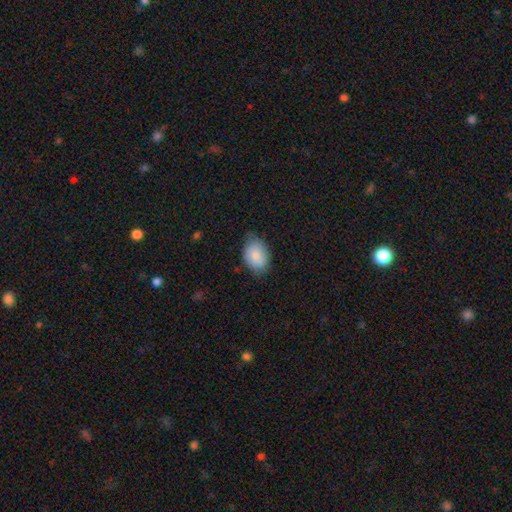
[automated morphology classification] smooth_or_featured: smooth (p=0.83) [alt: featured or disk p=0.11]
how_rounded: in between (p=0.80) [alt: round p=0.19]
merging: none (p=0.68) [alt: minor disturbance p=0.27]